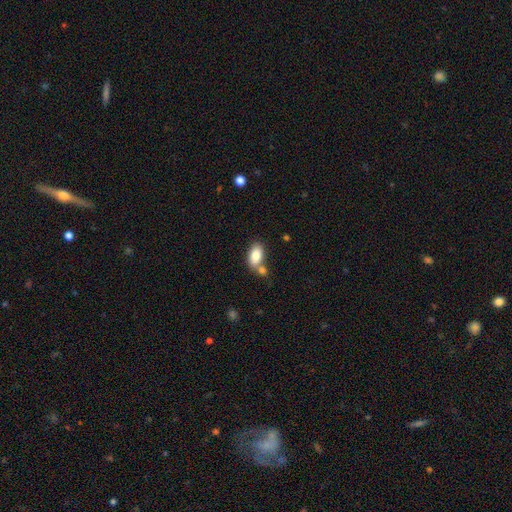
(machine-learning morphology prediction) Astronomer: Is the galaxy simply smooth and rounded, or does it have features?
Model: smooth — 82%.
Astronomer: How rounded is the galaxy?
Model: in between — 91%.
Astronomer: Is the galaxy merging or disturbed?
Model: none — 49% (runner-up: merger, 33%).